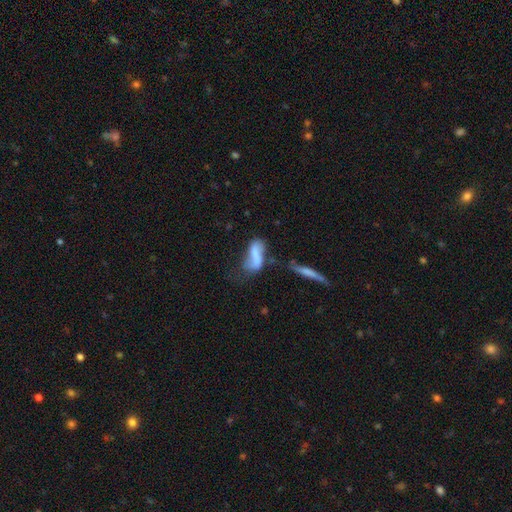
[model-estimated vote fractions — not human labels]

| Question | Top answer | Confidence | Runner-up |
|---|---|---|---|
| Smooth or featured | smooth | 50% | featured or disk (41%) |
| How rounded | in between | 72% | cigar-shaped (24%) |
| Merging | none | 33% | minor disturbance (25%) |